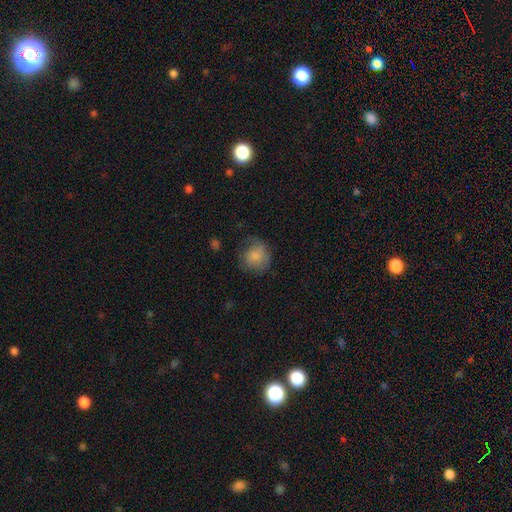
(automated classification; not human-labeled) This is likely a smooth galaxy (75%). How rounded: clearly round (81%). Merging: possibly none (55%).